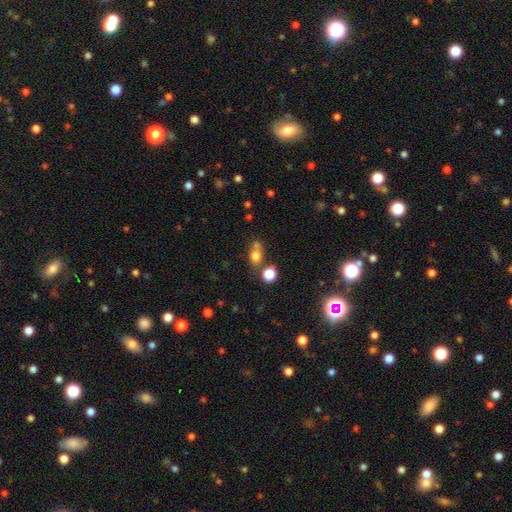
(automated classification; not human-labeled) Morphology: type=smooth (74%); roundness=round (63%); merging=none (48%).